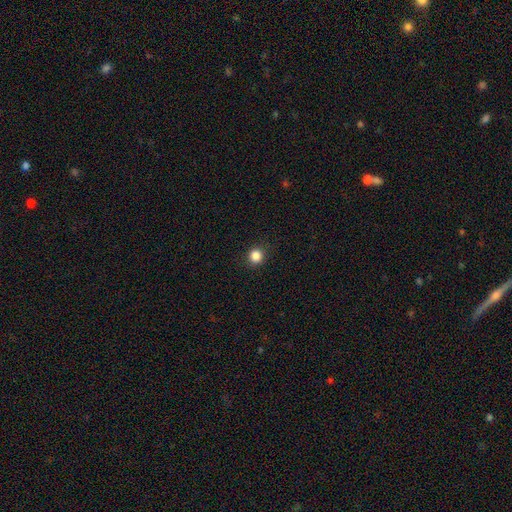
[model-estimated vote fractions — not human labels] Smooth or featured? Predicted: smooth (p=0.85). How rounded? Predicted: round (p=0.90). Merging? Predicted: none (p=0.91).